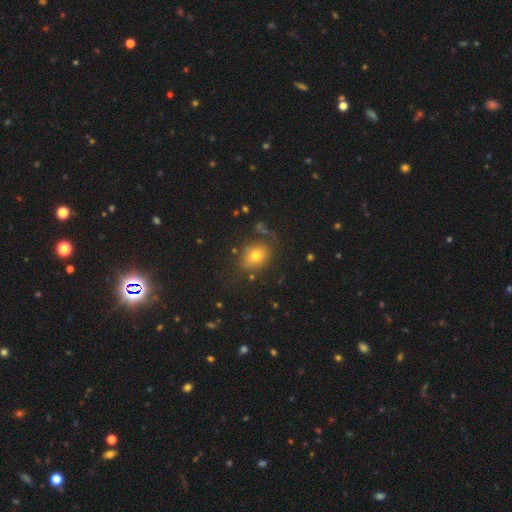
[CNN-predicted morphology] Smooth or featured: smooth — 73% (featured or disk — 14%)
How rounded: round — 54% (in between — 44%)
Merging: none — 72% (minor disturbance — 17%)